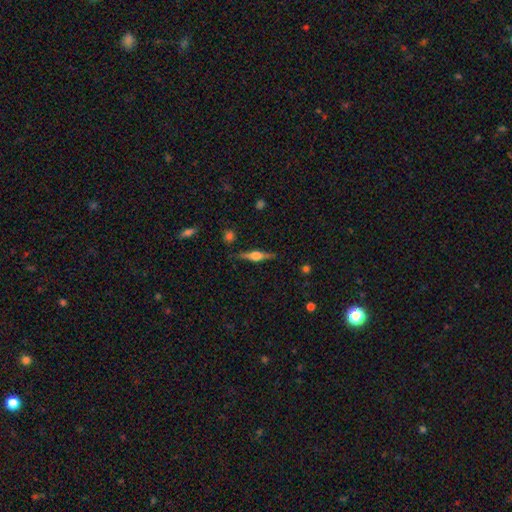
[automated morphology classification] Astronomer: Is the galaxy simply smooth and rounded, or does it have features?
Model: featured or disk — 75%.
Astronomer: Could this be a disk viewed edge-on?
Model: yes — 98%.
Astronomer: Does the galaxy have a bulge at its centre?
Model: rounded — 87%.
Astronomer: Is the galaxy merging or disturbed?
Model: none — 87%.